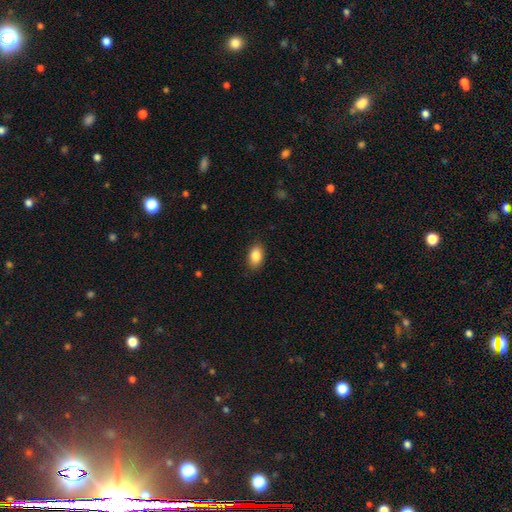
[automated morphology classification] Smooth or featured?
  - smooth: 87% *
  - star or artifact: 8%
  - featured or disk: 6%
How rounded?
  - in between: 89% *
  - round: 9%
  - cigar-shaped: 2%
Merging?
  - none: 88% *
  - minor disturbance: 9%
  - major disturbance: 2%
  - merger: 1%